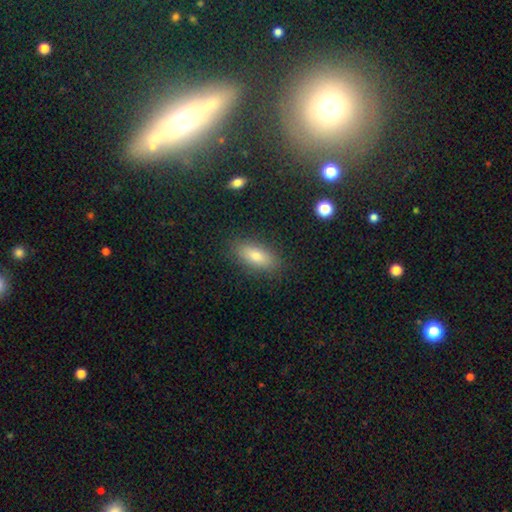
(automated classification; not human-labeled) Smooth or featured: smooth — 79% (featured or disk — 12%)
How rounded: in between — 80% (cigar-shaped — 16%)
Merging: none — 87% (minor disturbance — 9%)